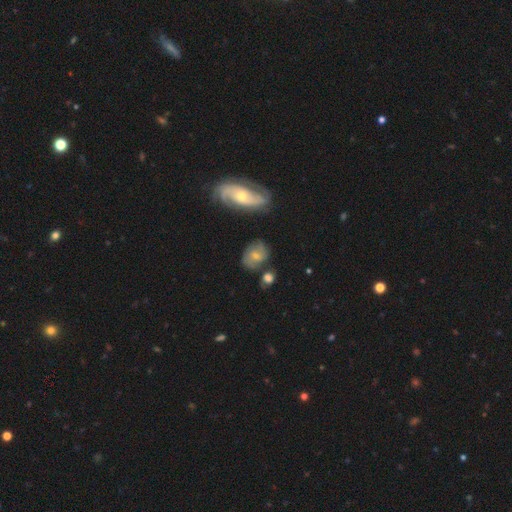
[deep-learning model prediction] This is possibly a featured or disk galaxy (49%). Merging: likely none (66%).